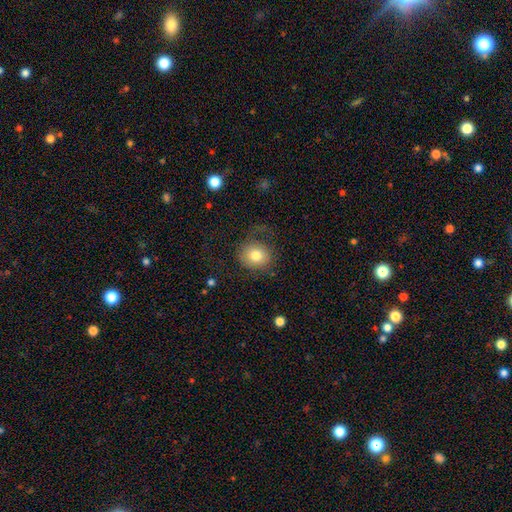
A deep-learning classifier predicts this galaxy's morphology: Smooth or featured? Predicted: smooth (p=0.74). How rounded? Predicted: round (p=0.77). Merging? Predicted: none (p=0.60).